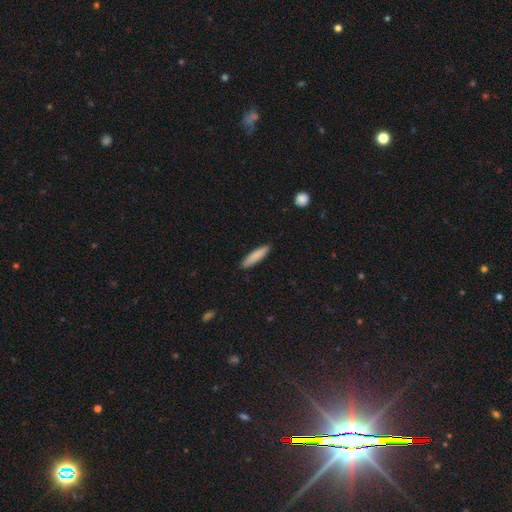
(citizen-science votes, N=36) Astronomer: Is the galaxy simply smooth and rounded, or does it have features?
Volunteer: smooth — 83%.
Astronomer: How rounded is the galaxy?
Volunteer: cigar-shaped — 83%.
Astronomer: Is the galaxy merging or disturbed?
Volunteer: none — 92%.